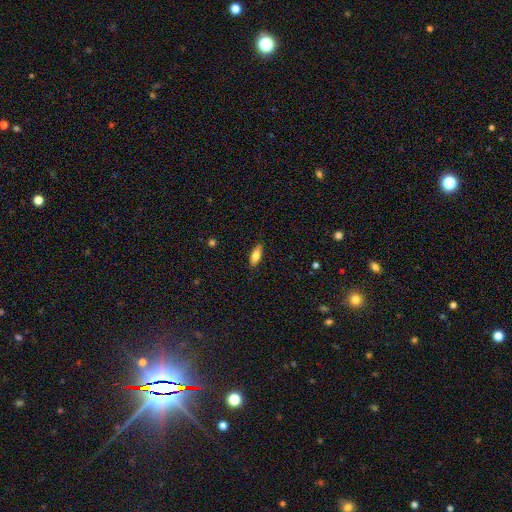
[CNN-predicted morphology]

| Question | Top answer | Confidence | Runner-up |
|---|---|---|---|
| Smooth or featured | smooth | 77% | featured or disk (17%) |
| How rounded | in between | 74% | cigar-shaped (23%) |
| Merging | none | 87% | minor disturbance (10%) |